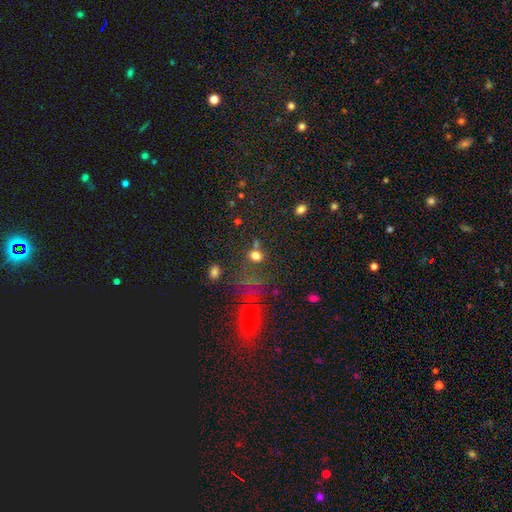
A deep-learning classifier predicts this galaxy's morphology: smooth 74%, star or artifact 19%, featured or disk 7%. Down the decision tree: how rounded — round (60%); merging — none (60%).